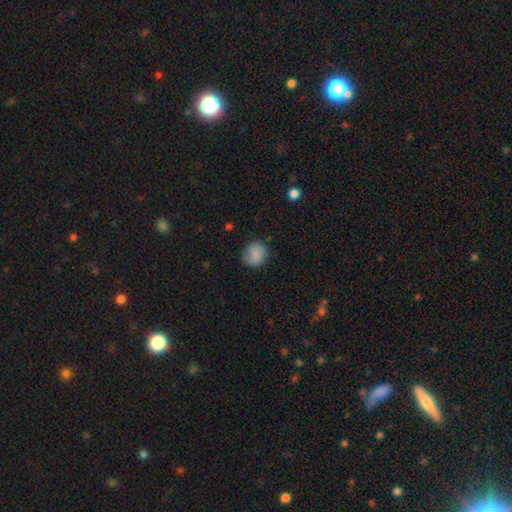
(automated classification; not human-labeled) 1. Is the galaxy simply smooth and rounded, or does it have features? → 85% smooth, 8% star or artifact, 7% featured or disk.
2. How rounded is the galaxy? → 79% round, 20% in between, 1% cigar-shaped.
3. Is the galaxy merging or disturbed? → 77% none, 17% minor disturbance, 4% major disturbance, 1% merger.